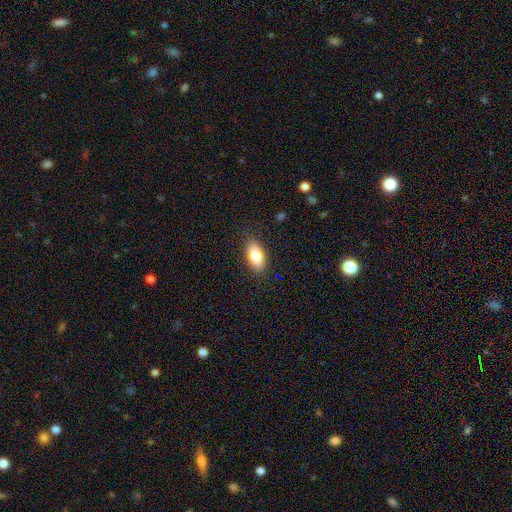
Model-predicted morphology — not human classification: Smooth or featured: smooth — 82% (featured or disk — 11%)
How rounded: in between — 90% (cigar-shaped — 6%)
Merging: none — 86% (minor disturbance — 10%)